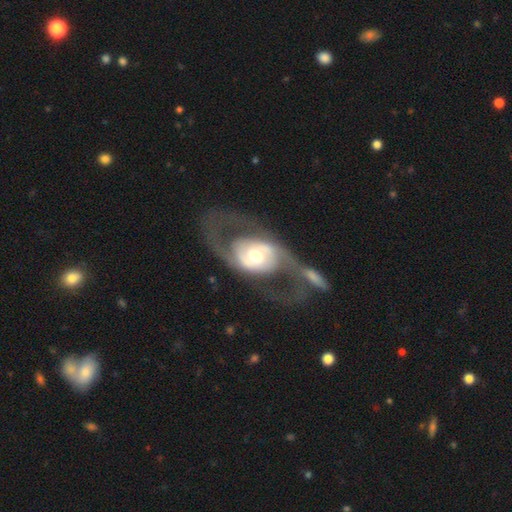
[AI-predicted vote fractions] Smooth or featured: featured or disk — 76% (smooth — 19%)
Edge-on disk: no — 92% (yes — 8%)
Bar: no — 55% (weak — 28%)
Spiral arms: yes — 67% (no — 33%)
Bulge size: moderate — 61% (large — 26%)
Merging: none — 52% (major disturbance — 25%)